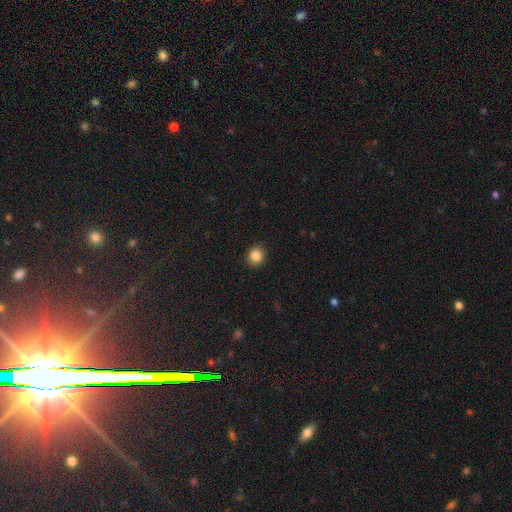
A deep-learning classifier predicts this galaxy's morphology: Q: Smooth or featured?
A: smooth (86%); runner-up: star or artifact (10%)
Q: How rounded?
A: round (86%); runner-up: in between (13%)
Q: Merging?
A: none (91%); runner-up: minor disturbance (7%)